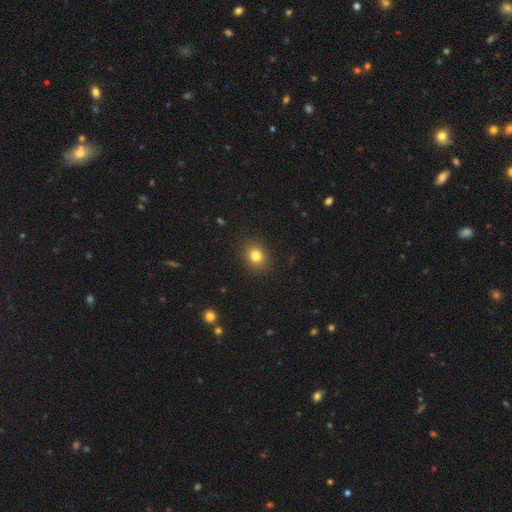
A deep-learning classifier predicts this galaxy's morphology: This appears to be a smooth galaxy with no disk features (81%) that is round (65%). Merging: none (89%).